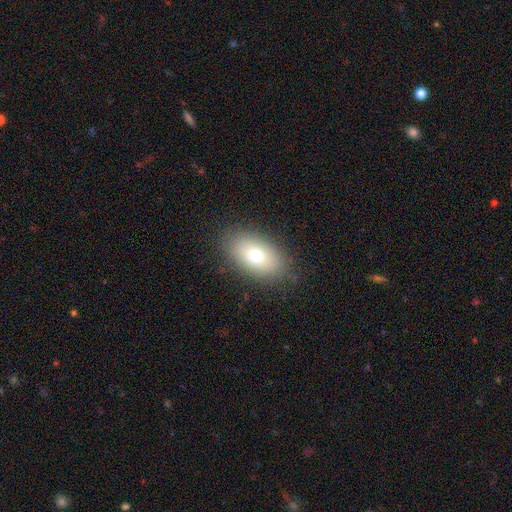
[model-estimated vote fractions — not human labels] Morphology: type=smooth (74%); roundness=in between (91%); merging=none (86%).